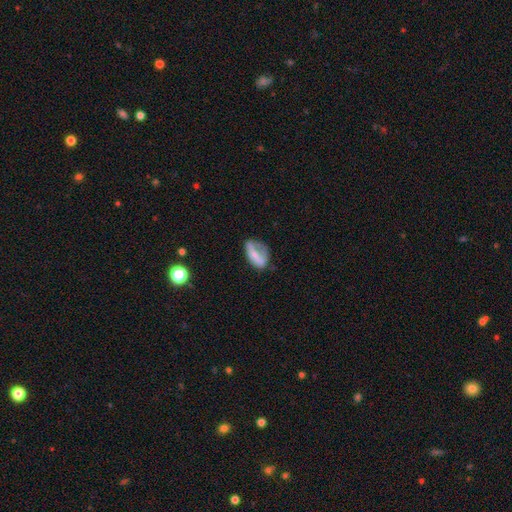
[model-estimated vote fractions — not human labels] Smooth or featured? smooth (50%)
How rounded? in between (83%)
Merging? none (38%)